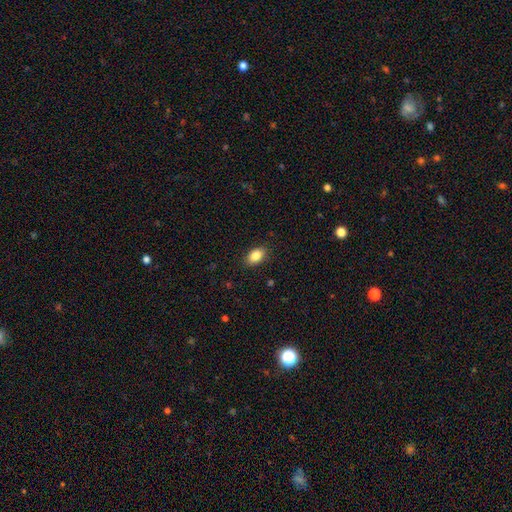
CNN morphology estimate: A smooth galaxy with no disk features (86%) that is in between round and cigar-shaped (89%).

Vote fractions:
- Smooth or featured? smooth: 86% / star or artifact: 8% / featured or disk: 6%
- How rounded? in between: 89% / round: 9% / cigar-shaped: 2%
- Merging? none: 88% / minor disturbance: 9% / major disturbance: 2% / merger: 1%